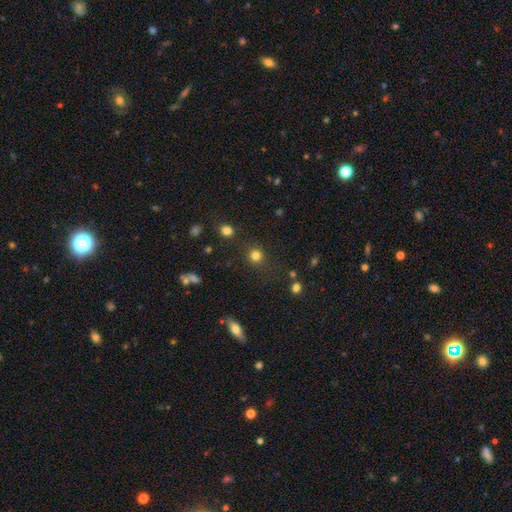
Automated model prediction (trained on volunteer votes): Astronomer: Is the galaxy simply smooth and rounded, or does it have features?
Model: smooth — 80%.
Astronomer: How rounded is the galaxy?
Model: round — 91%.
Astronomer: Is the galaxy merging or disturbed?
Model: none — 85%.